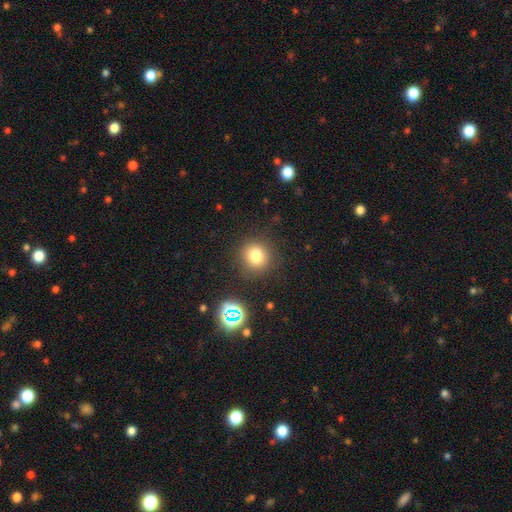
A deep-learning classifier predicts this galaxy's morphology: Smooth or featured? smooth (77%)
How rounded? round (90%)
Merging? none (86%)